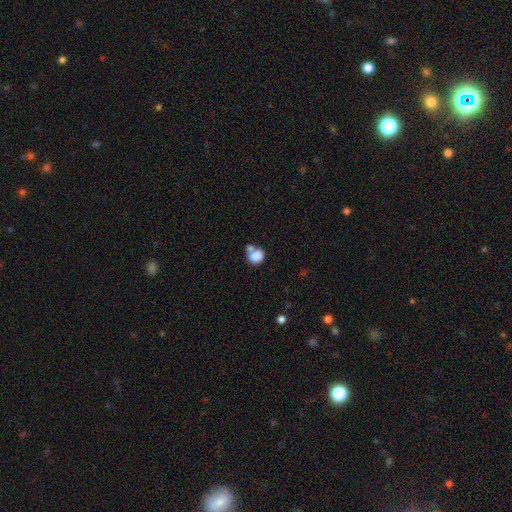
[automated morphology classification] Q: Smooth or featured?
A: smooth (84%); runner-up: star or artifact (9%)
Q: How rounded?
A: round (72%); runner-up: in between (27%)
Q: Merging?
A: none (41%); runner-up: merger (40%)